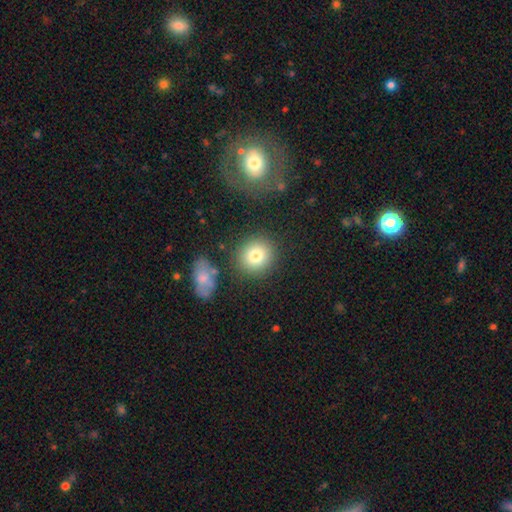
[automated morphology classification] A smooth galaxy with no disk features (80%) that is round (86%).

Vote fractions:
- Smooth or featured? smooth: 80% / star or artifact: 10% / featured or disk: 10%
- How rounded? round: 86% / in between: 13% / cigar-shaped: 1%
- Merging? none: 84% / minor disturbance: 8% / merger: 5% / major disturbance: 3%